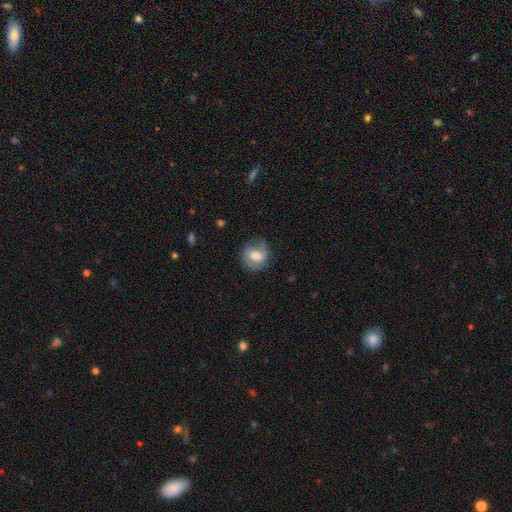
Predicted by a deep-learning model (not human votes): Overall: featured or disk (47%; smooth 45%). Merging: none (74%).